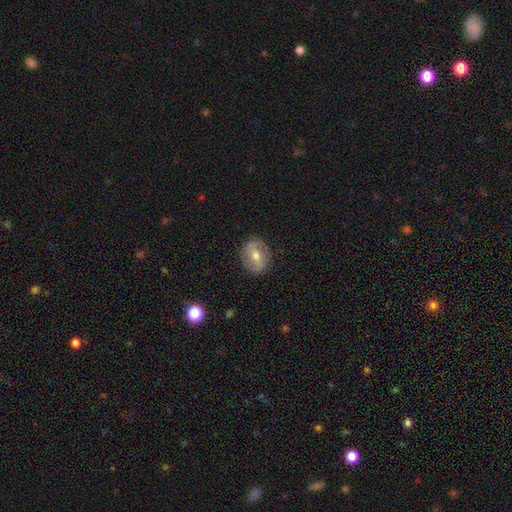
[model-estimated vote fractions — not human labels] Smooth or featured: featured or disk — 47% (smooth — 44%)
Merging: none — 85% (minor disturbance — 10%)